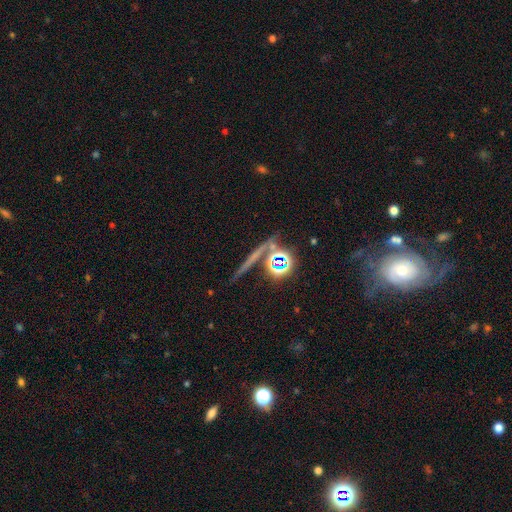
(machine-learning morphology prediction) type=star or artifact (59%).